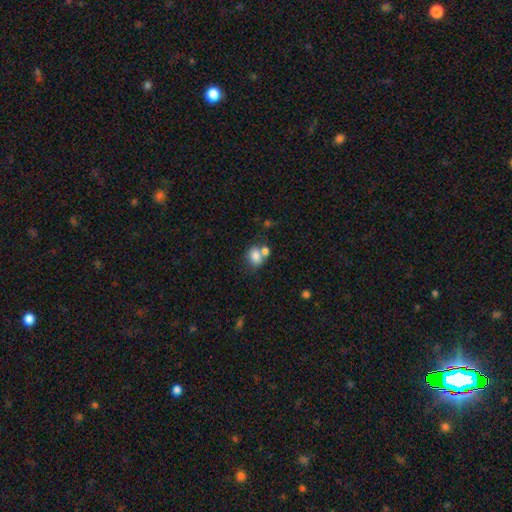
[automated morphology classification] The model was most divided on "merging": merger: 43%, none: 39%, minor disturbance: 12%, major disturbance: 6%. More confident: smooth or featured — smooth (79%); how rounded — in between (58%).